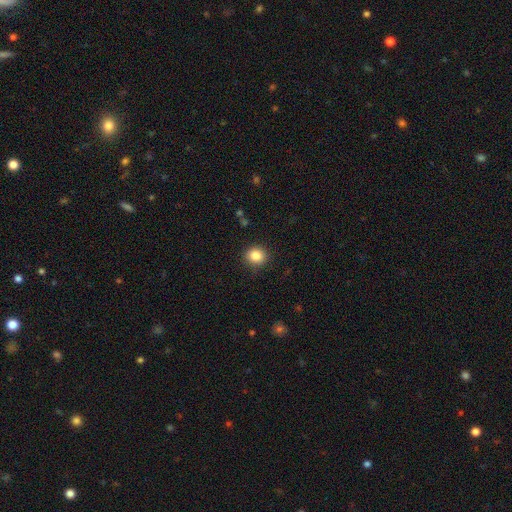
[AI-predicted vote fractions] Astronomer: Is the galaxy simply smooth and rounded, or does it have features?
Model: smooth — 85%.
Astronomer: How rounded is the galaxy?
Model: round — 81%.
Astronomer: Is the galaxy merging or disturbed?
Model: none — 89%.